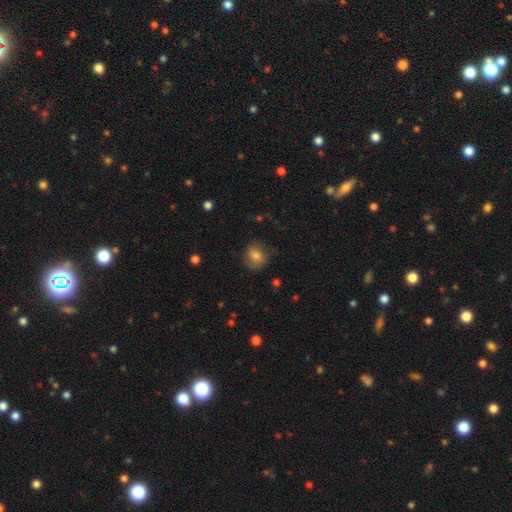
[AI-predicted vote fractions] Overall: smooth (67%). How rounded: round (67%; in between 32%). Merging: none (70%).